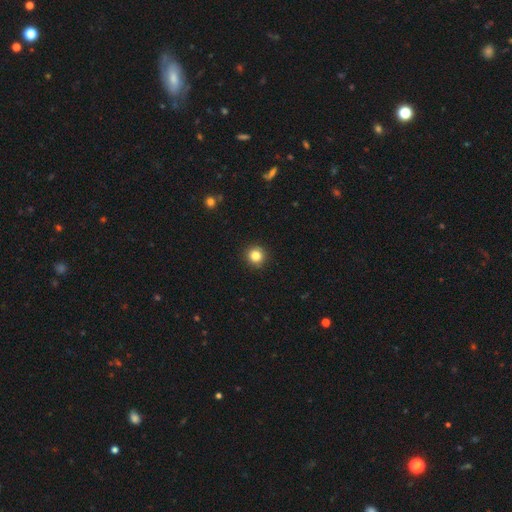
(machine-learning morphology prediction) smooth_or_featured: smooth (p=0.83) [alt: star or artifact p=0.12]
how_rounded: round (p=0.95) [alt: in between p=0.05]
merging: none (p=0.93) [alt: minor disturbance p=0.05]